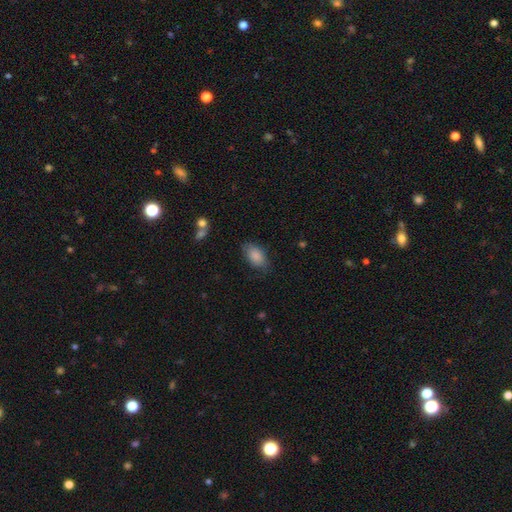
Smooth or featured? 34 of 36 (94%) said smooth. How rounded? 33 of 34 (97%) said in between. Merging? 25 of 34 (74%) said none.